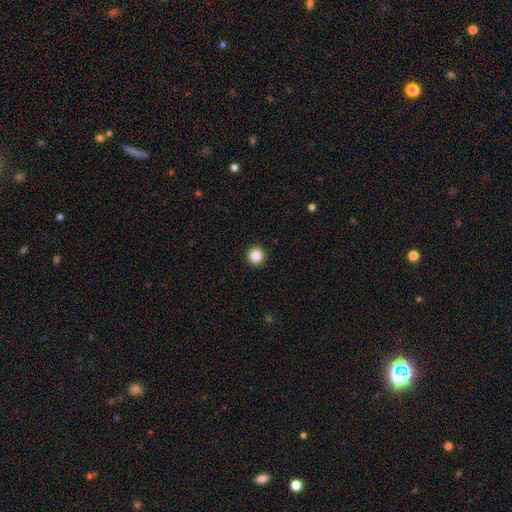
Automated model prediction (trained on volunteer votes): This appears to be a smooth galaxy with no disk features (86%) that is round (96%). Merging: none (94%).